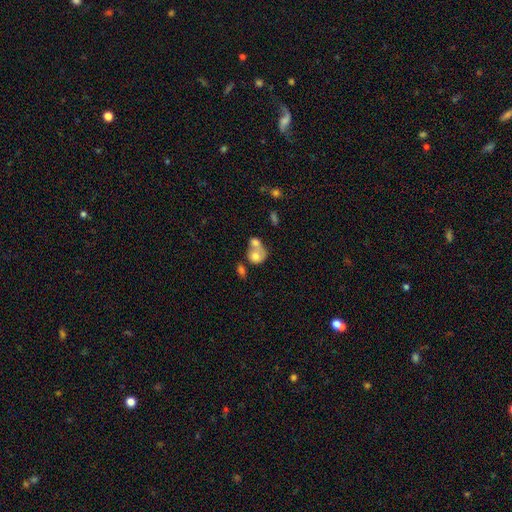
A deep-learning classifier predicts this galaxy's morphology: type=smooth (67%); roundness=round (59%); merging=merger (66%).